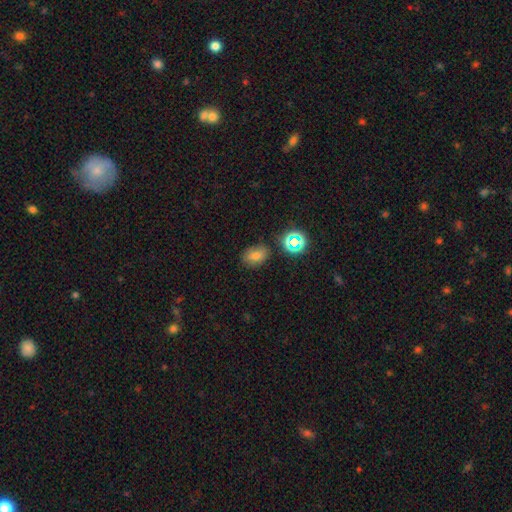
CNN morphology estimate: This appears to be a smooth galaxy with no disk features (69%) that is in between round and cigar-shaped (71%). Merging: none (80%).